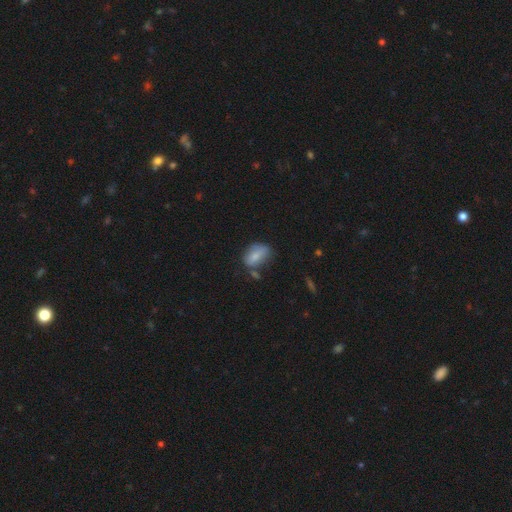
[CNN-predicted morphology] type=smooth (75%); roundness=in between (86%); merging=none (52%).